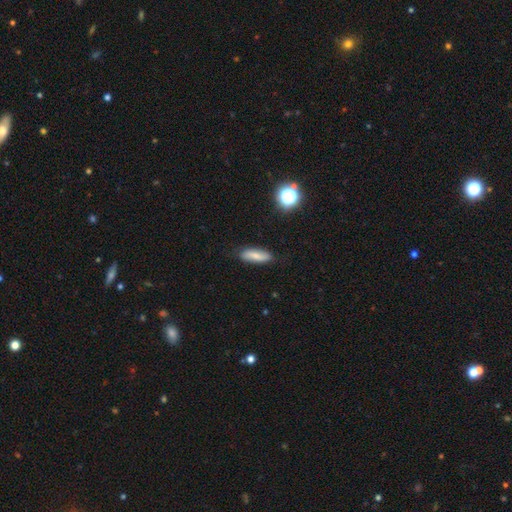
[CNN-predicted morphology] Smooth or featured?
  - smooth: 67% *
  - featured or disk: 25%
  - star or artifact: 9%
How rounded?
  - in between: 52% *
  - cigar-shaped: 45%
  - round: 3%
Merging?
  - none: 83% *
  - minor disturbance: 13%
  - major disturbance: 3%
  - merger: 1%